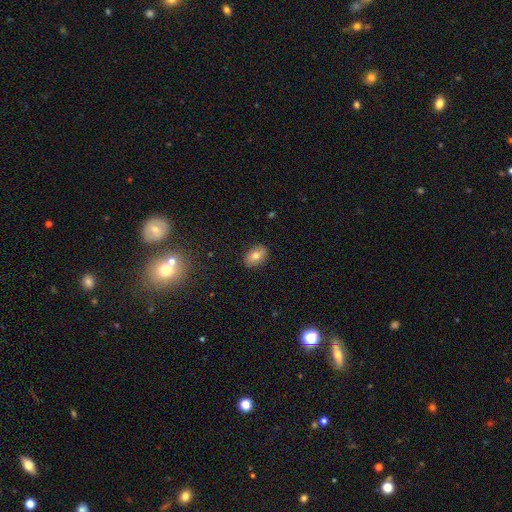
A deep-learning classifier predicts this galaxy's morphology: A smooth galaxy with no disk features (75%) that is in between round and cigar-shaped (86%).

Vote fractions:
- Smooth or featured? smooth: 75% / featured or disk: 15% / star or artifact: 10%
- How rounded? in between: 86% / round: 12% / cigar-shaped: 2%
- Merging? none: 88% / minor disturbance: 9% / major disturbance: 2% / merger: 1%